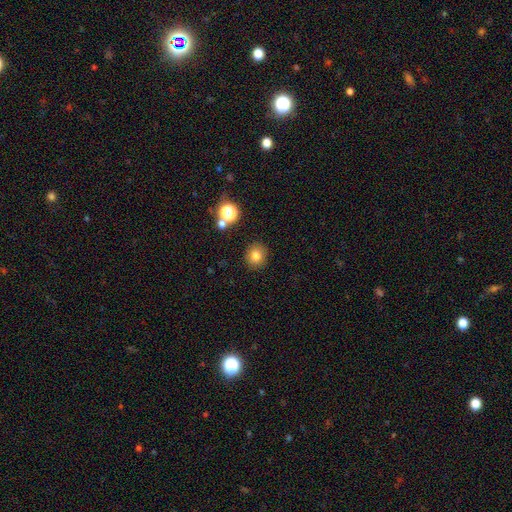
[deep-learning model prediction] smooth-or-featured: smooth: 78% | star or artifact: 14% | featured or disk: 8%
  how-rounded: round: 85% | in between: 14% | cigar-shaped: 1%
  merging: none: 88% | minor disturbance: 7% | merger: 3% | major disturbance: 2%